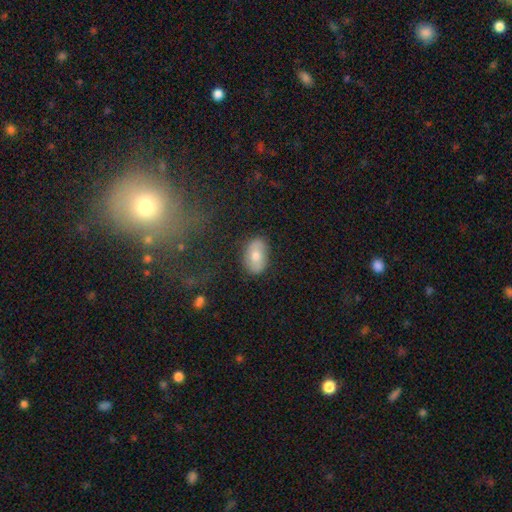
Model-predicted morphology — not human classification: This appears to be a smooth galaxy with no disk features (68%) that is in between round and cigar-shaped (86%). Merging: none (81%).